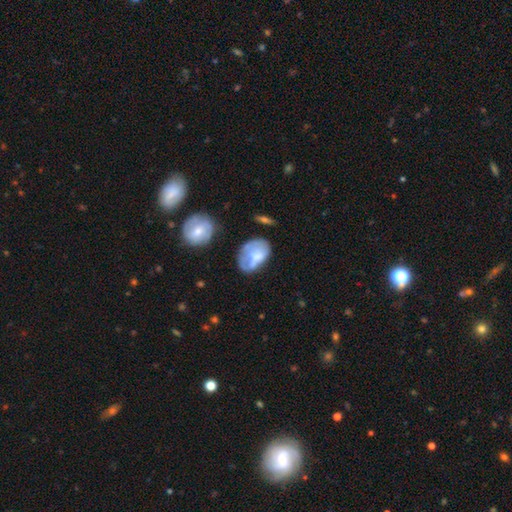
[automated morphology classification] Smooth or featured?
  - smooth: 55% *
  - featured or disk: 37%
  - star or artifact: 8%
How rounded?
  - in between: 79% *
  - round: 19%
  - cigar-shaped: 1%
Merging?
  - none: 39% *
  - minor disturbance: 30%
  - major disturbance: 23%
  - merger: 8%